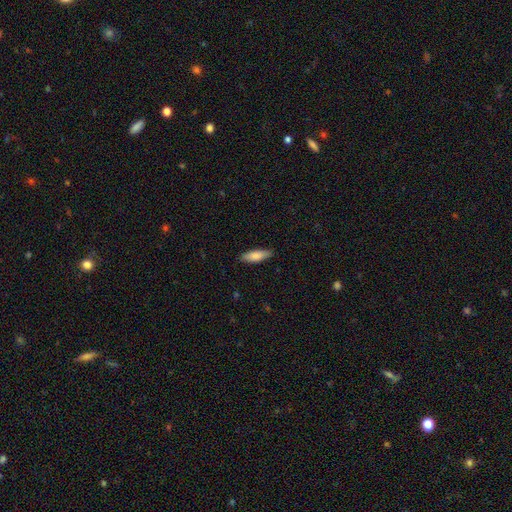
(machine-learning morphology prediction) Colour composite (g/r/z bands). It shows a smooth galaxy with no disk features (82%) that is in between round and cigar-shaped (51%). Merging: none (87%).